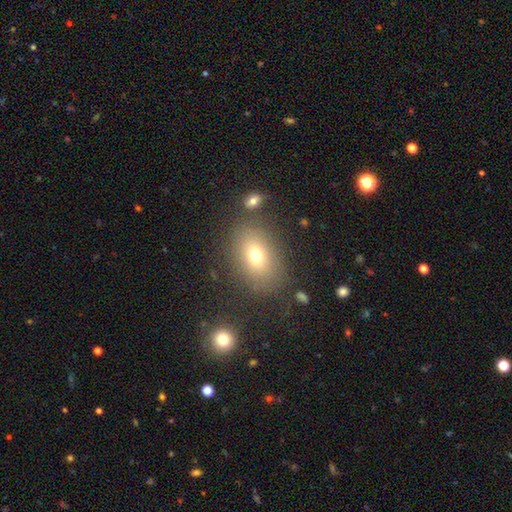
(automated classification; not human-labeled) A smooth galaxy with no disk features (70%) that is in between round and cigar-shaped (72%). Merging: none (79%).